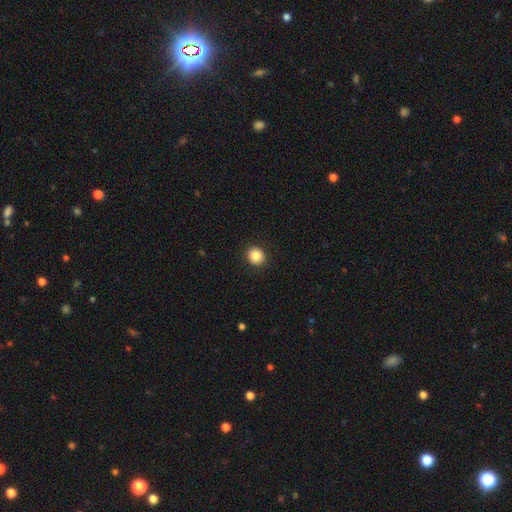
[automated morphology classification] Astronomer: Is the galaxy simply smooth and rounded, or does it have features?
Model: smooth — 86%.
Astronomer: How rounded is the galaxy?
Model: round — 87%.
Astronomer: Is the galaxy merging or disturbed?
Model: none — 92%.